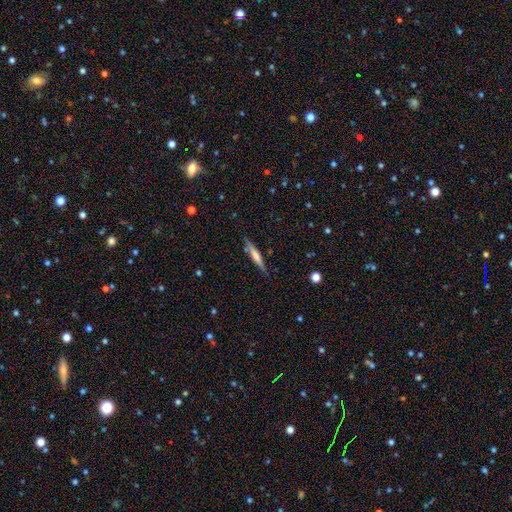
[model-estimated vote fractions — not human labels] Overall: smooth (50%; featured or disk 43%). How rounded: cigar-shaped (92%). Merging: none (83%).